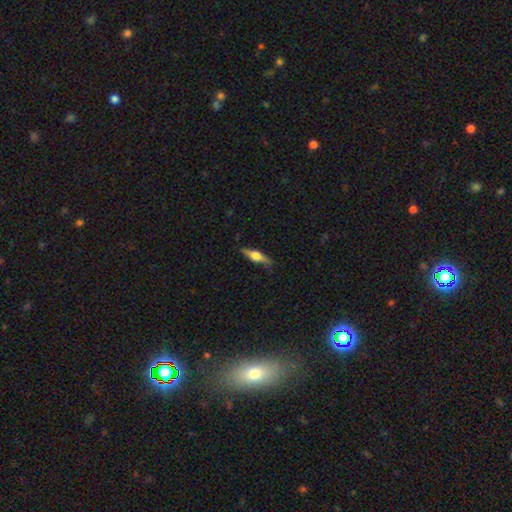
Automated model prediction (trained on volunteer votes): smooth_or_featured: featured or disk (p=0.64) [alt: smooth p=0.30]
disk_edge_on: yes (p=0.96) [alt: no p=0.04]
edge_on_bulge: rounded (p=0.90) [alt: boxy p=0.08]
merging: none (p=0.83) [alt: minor disturbance p=0.13]